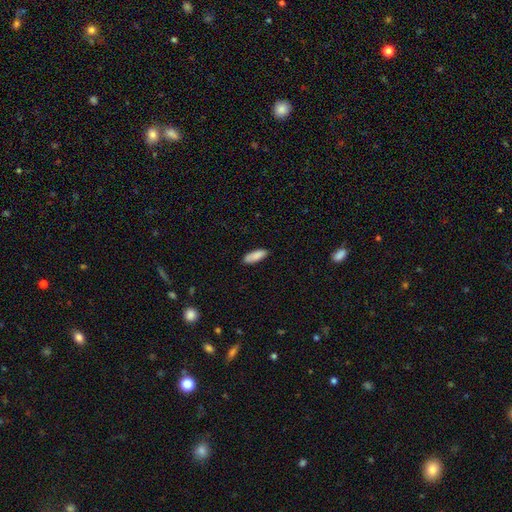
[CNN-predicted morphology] Overall: smooth (88%). How rounded: in between (62%; cigar-shaped 37%). Merging: none (86%).